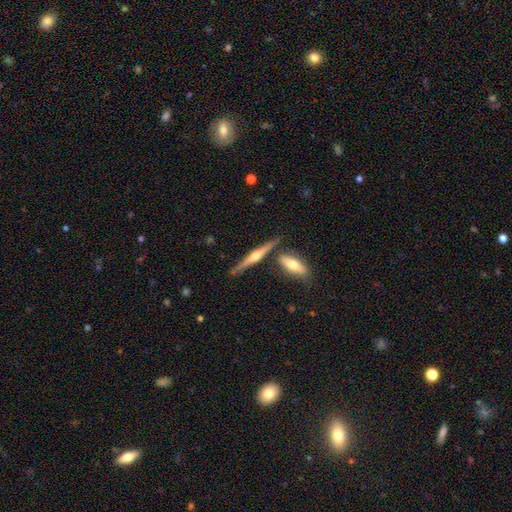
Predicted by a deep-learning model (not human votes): This is likely a featured or disk galaxy (71%). It is clearly viewed edge-on (97%). Edge-on bulge: clearly rounded (91%). Merging: likely none (77%).